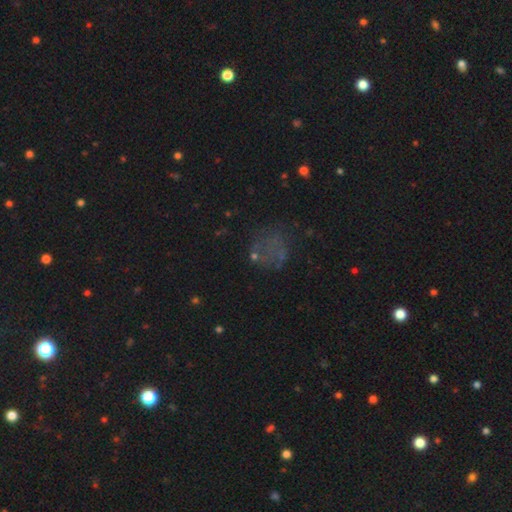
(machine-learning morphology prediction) Smooth or featured?
  - smooth: 37% *
  - featured or disk: 31%
  - star or artifact: 31%
Merging?
  - none: 53% *
  - major disturbance: 23%
  - minor disturbance: 18%
  - merger: 7%